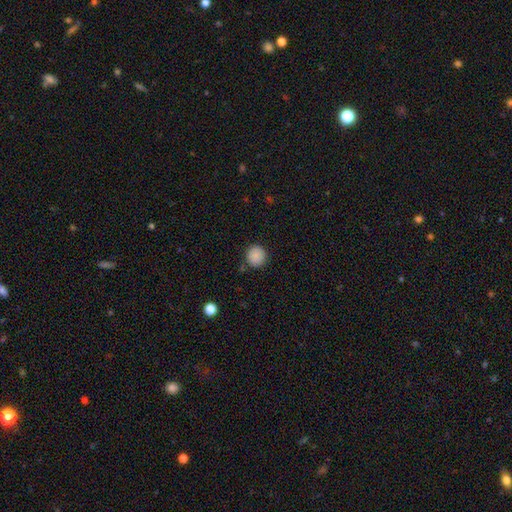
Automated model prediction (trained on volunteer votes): smooth_or_featured: smooth (p=0.88) [alt: star or artifact p=0.09]
how_rounded: round (p=0.93) [alt: in between p=0.06]
merging: none (p=0.86) [alt: minor disturbance p=0.09]